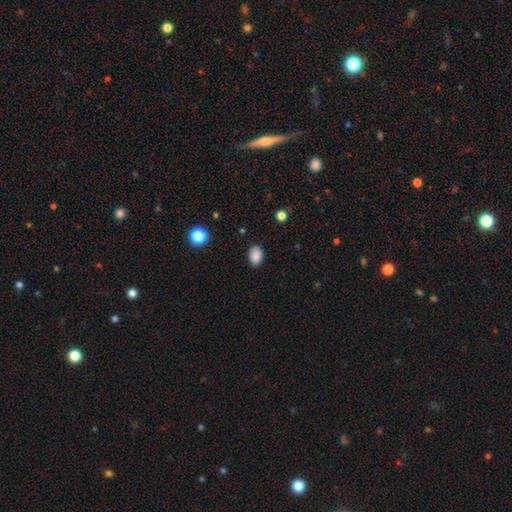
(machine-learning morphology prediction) type=smooth (87%); roundness=in between (83%); merging=none (87%).